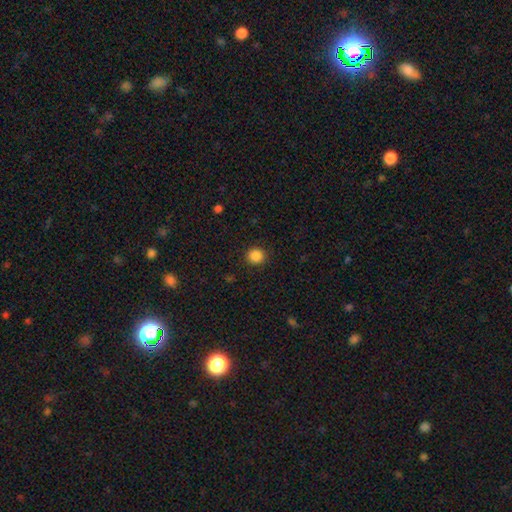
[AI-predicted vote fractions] smooth 87%, star or artifact 10%, featured or disk 3%. Down the decision tree: how rounded — round (91%); merging — none (91%).